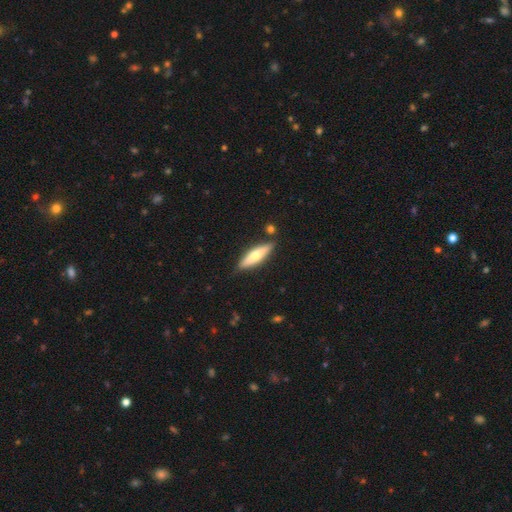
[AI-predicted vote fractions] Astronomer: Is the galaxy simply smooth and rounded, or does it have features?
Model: smooth — 50% (runner-up: featured or disk, 44%).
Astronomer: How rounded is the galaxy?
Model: cigar-shaped — 64%.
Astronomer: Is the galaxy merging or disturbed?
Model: none — 84%.